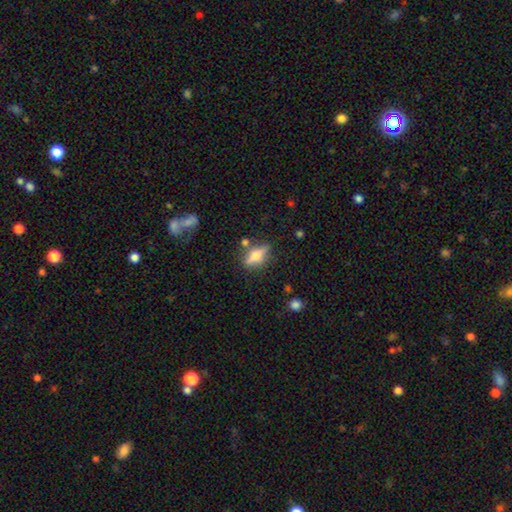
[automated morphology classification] A featured or disk galaxy (53%) viewed edge-on (88%). Merging: none (75%).